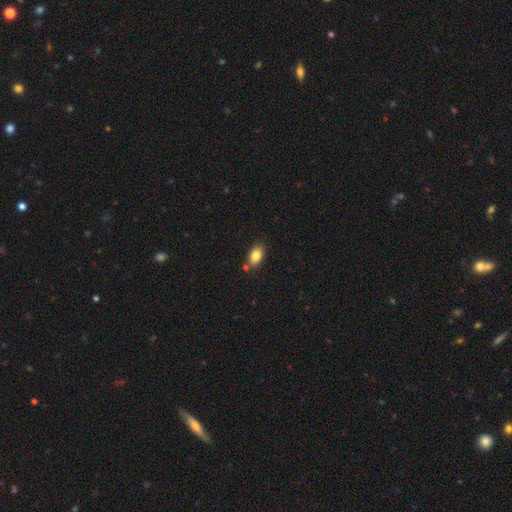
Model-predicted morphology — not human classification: A smooth galaxy with no disk features (84%) that is in between round and cigar-shaped (87%). Merging: none (76%).